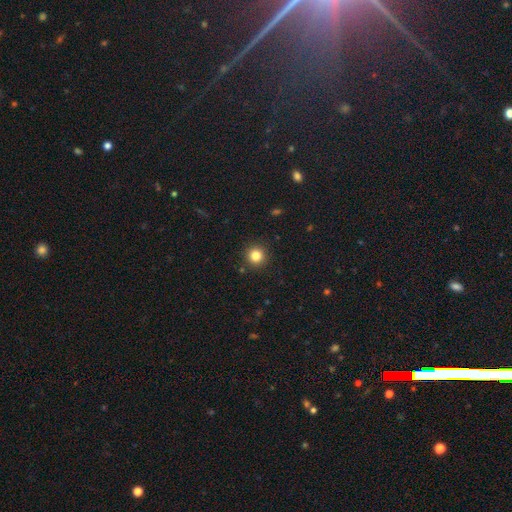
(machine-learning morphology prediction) A smooth galaxy with no disk features (83%) that is round (94%). Merging: none (91%).